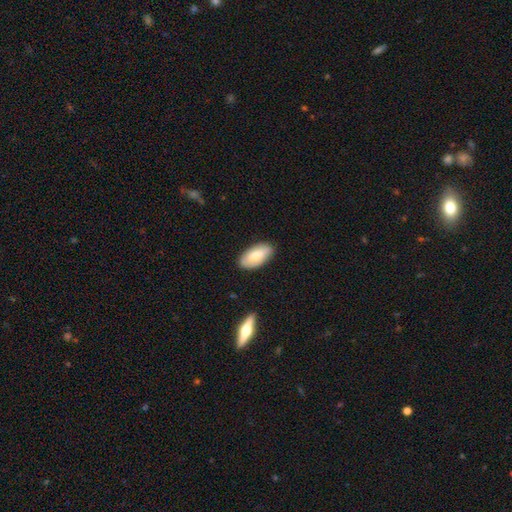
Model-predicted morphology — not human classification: smooth_or_featured: smooth (p=0.68) [alt: featured or disk p=0.26]
how_rounded: in between (p=0.93) [alt: cigar-shaped p=0.04]
merging: none (p=0.85) [alt: minor disturbance p=0.11]